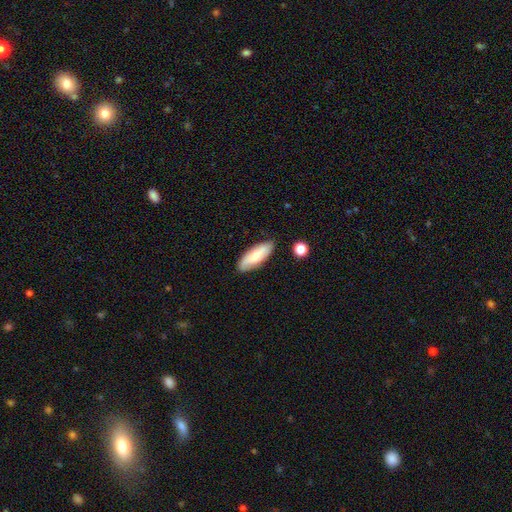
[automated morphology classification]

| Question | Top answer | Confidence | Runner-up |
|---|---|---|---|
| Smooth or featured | smooth | 74% | featured or disk (20%) |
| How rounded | in between | 68% | cigar-shaped (30%) |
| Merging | none | 84% | minor disturbance (12%) |